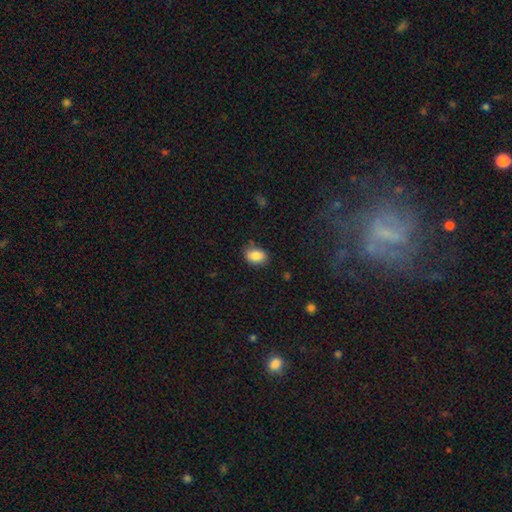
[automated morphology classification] smooth 85%, star or artifact 8%, featured or disk 7%. Down the decision tree: how rounded — in between (76%); merging — none (78%).